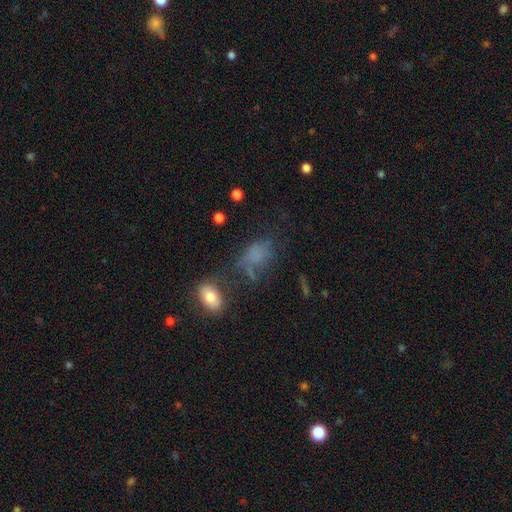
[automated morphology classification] Smooth or featured? smooth (56%)
How rounded? in between (74%)
Merging? none (41%)